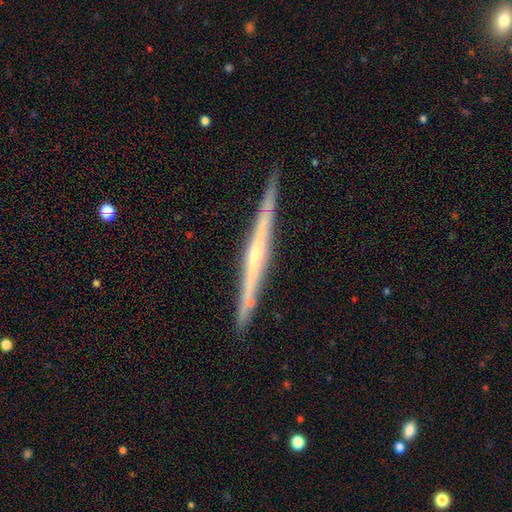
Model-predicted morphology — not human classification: This is likely a featured or disk galaxy (79%). It is clearly viewed edge-on (97%). Edge-on bulge: possibly rounded (47%). Merging: clearly none (88%).